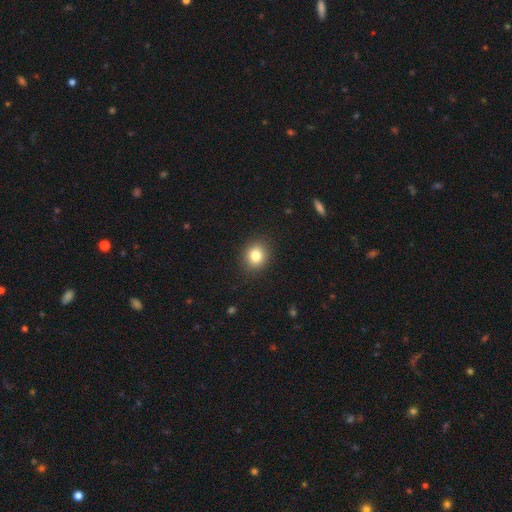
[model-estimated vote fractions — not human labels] This appears to be a smooth galaxy with no disk features (82%) that is round (76%). Merging: none (90%).